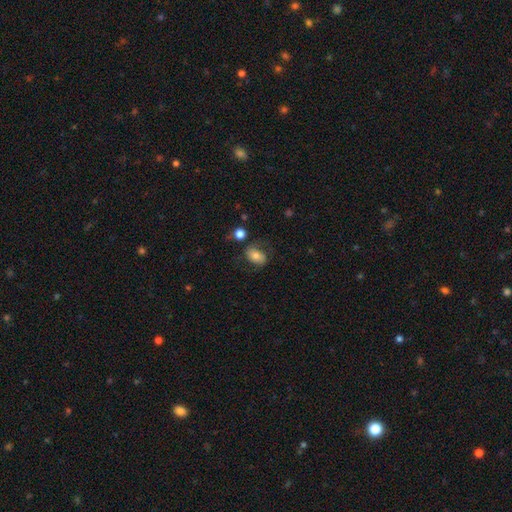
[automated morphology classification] type=smooth (68%); roundness=in between (83%); merging=none (57%).